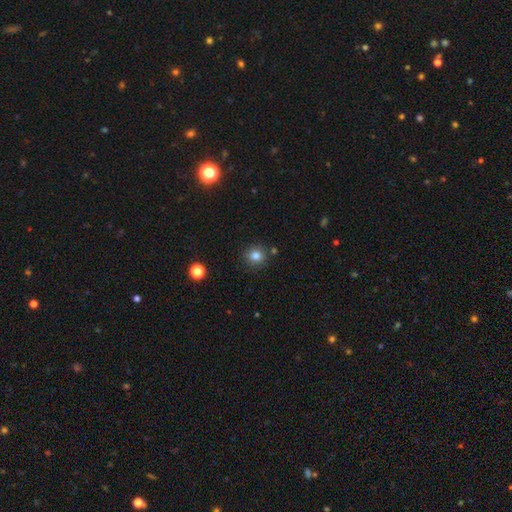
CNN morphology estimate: Smooth or featured? Predicted: smooth (p=0.81). How rounded? Predicted: round (p=0.91). Merging? Predicted: none (p=0.87).